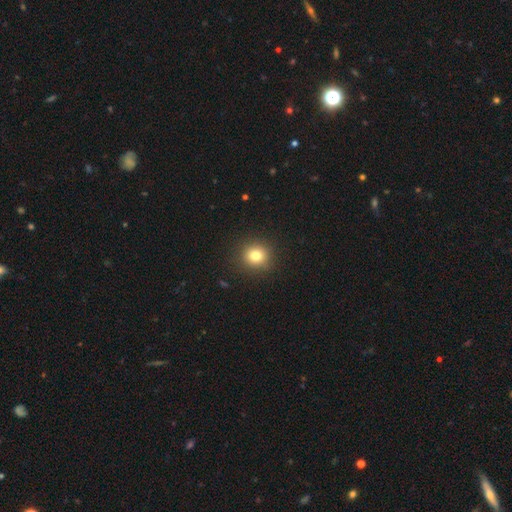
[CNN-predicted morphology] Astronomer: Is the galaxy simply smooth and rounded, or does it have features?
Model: smooth — 80%.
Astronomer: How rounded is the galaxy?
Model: round — 90%.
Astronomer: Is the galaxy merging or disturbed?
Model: none — 91%.